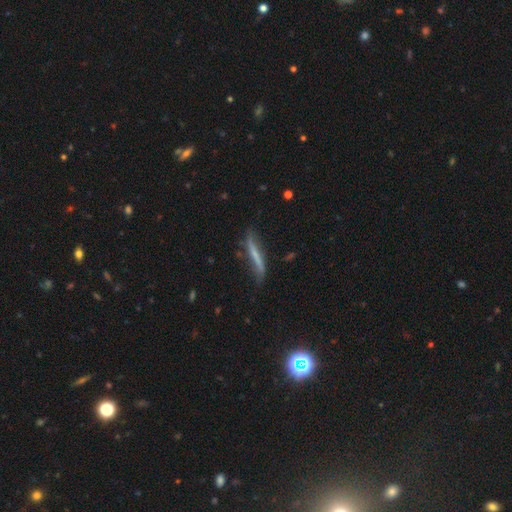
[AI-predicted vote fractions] Smooth or featured?
  - featured or disk: 50% *
  - smooth: 43%
  - star or artifact: 8%
Merging?
  - none: 58% *
  - minor disturbance: 28%
  - major disturbance: 11%
  - merger: 3%